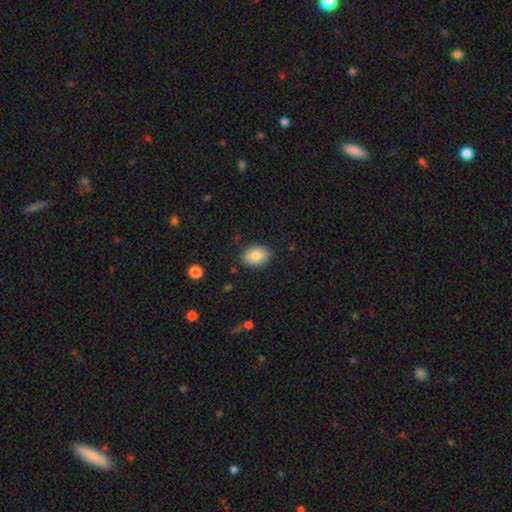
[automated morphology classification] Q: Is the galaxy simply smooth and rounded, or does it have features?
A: smooth — 84%.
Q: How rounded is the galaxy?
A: in between — 80%.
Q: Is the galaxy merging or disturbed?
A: none — 86%.